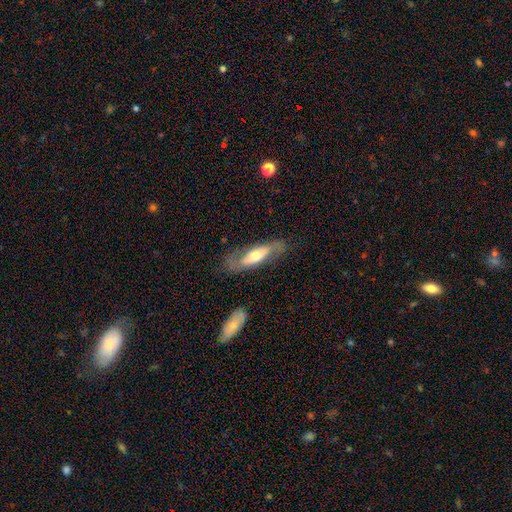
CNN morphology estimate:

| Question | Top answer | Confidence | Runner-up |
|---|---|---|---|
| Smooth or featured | featured or disk | 56% | smooth (38%) |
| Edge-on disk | no | 64% | yes (36%) |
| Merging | none | 68% | minor disturbance (20%) |